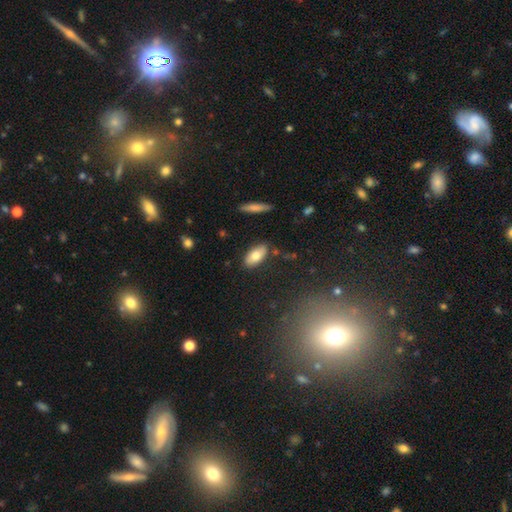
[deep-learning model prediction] Smooth or featured? smooth (76%)
How rounded? in between (90%)
Merging? none (82%)